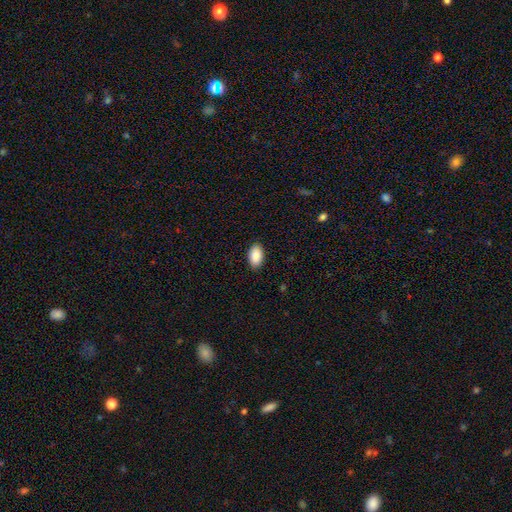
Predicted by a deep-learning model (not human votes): smooth-or-featured: smooth: 90% | star or artifact: 6% | featured or disk: 3%
  how-rounded: in between: 94% | round: 4% | cigar-shaped: 2%
  merging: none: 89% | minor disturbance: 8% | major disturbance: 2% | merger: 1%